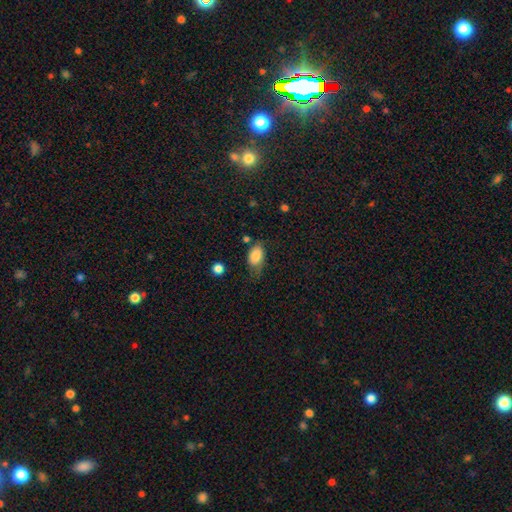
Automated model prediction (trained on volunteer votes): smooth 83%, featured or disk 9%, star or artifact 8%. Down the decision tree: how rounded — in between (90%); merging — none (49%).